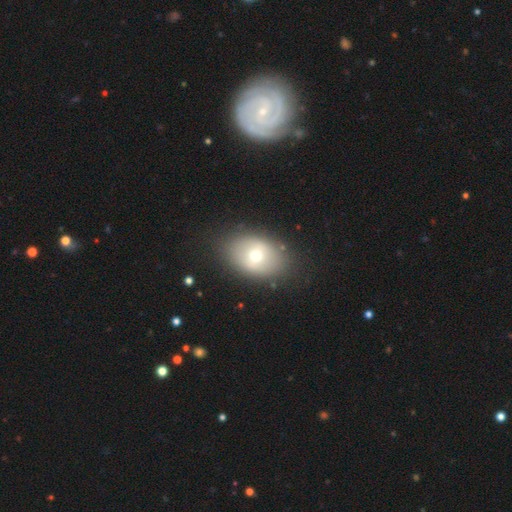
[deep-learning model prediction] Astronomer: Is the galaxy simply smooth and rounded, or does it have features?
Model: smooth — 63%.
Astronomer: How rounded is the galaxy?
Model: in between — 78%.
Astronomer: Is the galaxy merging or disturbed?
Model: none — 82%.